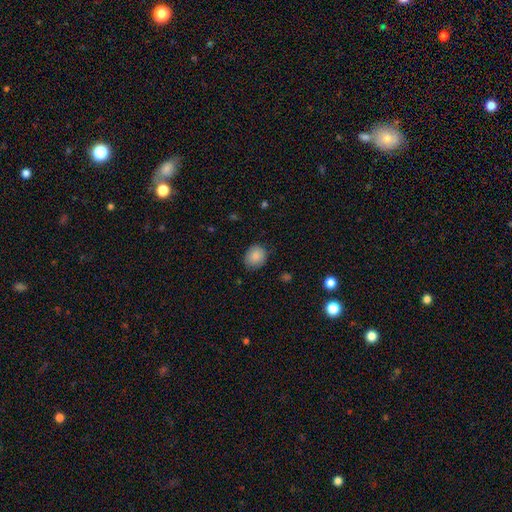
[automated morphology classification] smooth 86%, star or artifact 8%, featured or disk 6%. Down the decision tree: how rounded — round (67%); merging — none (78%).